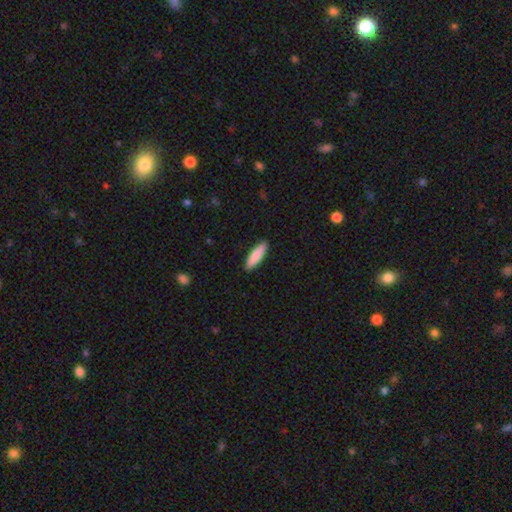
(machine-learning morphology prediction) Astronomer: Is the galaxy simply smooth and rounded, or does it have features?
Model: smooth — 84%.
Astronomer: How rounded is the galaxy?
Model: cigar-shaped — 64%.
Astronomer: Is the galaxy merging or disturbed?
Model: none — 90%.